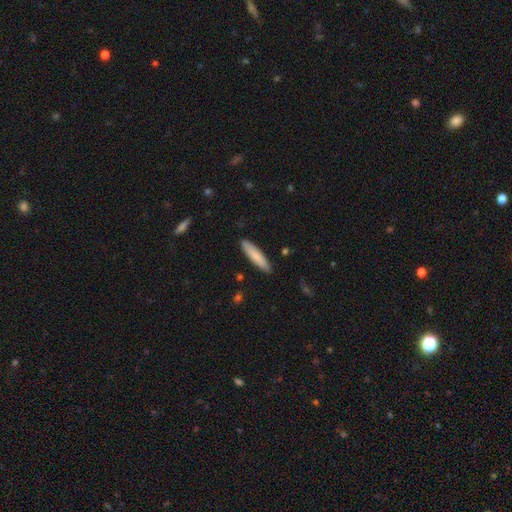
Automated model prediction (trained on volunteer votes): The model was most divided on "how rounded": cigar-shaped: 81%, in between: 18%, round: 1%. More confident: merging — none (89%); smooth or featured — smooth (82%).